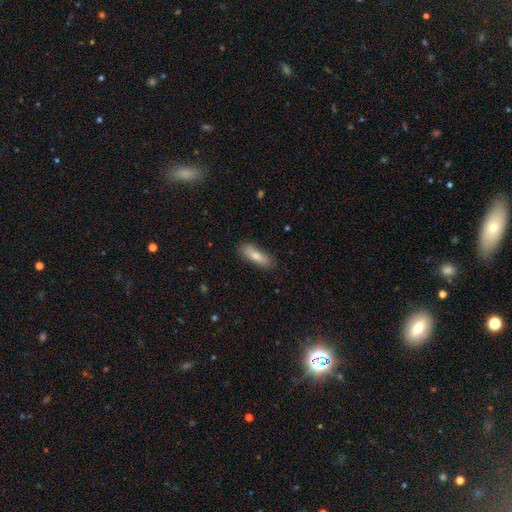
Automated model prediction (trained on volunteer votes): This appears to be a smooth galaxy with no disk features (79%) that is cigar-shaped (49%, tied with in between). Merging: none (82%).